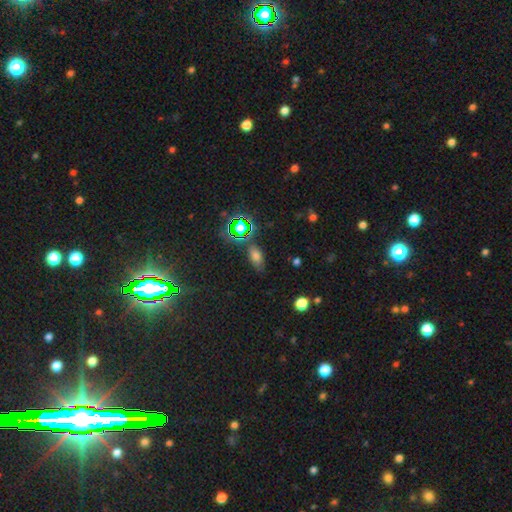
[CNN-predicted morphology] This is likely a smooth galaxy (63%). How rounded: clearly in between (84%). Merging: likely none (76%).